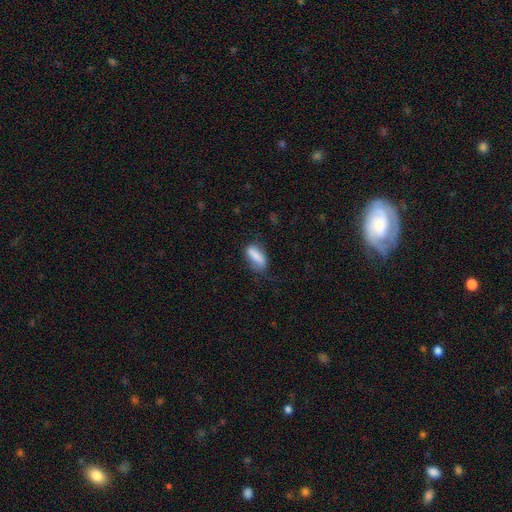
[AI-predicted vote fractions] Smooth or featured? smooth (82%)
How rounded? in between (65%)
Merging? none (59%)